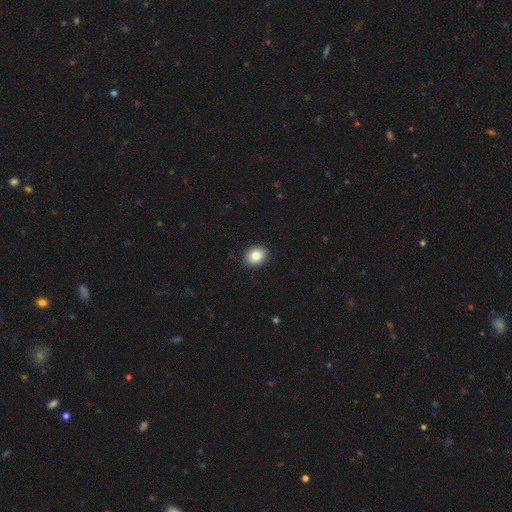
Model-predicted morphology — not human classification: Smooth or featured? smooth (85%)
How rounded? round (51%)
Merging? none (91%)